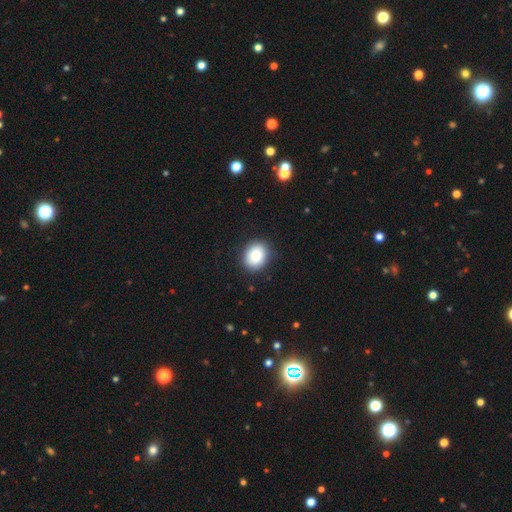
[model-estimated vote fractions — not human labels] smooth 86%, star or artifact 8%, featured or disk 6%. Down the decision tree: how rounded — round (56%); merging — none (88%).